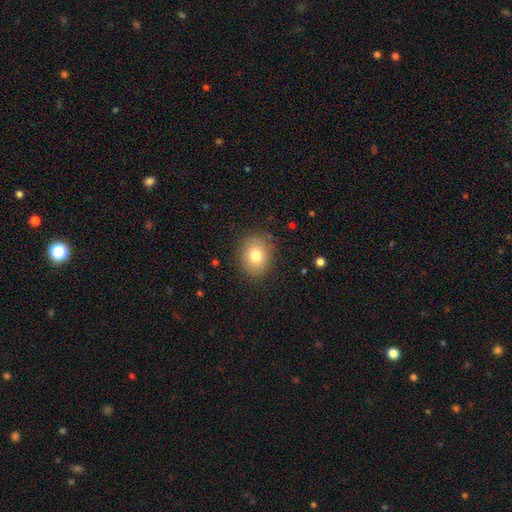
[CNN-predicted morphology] type=smooth (79%); roundness=round (59%); merging=none (85%).